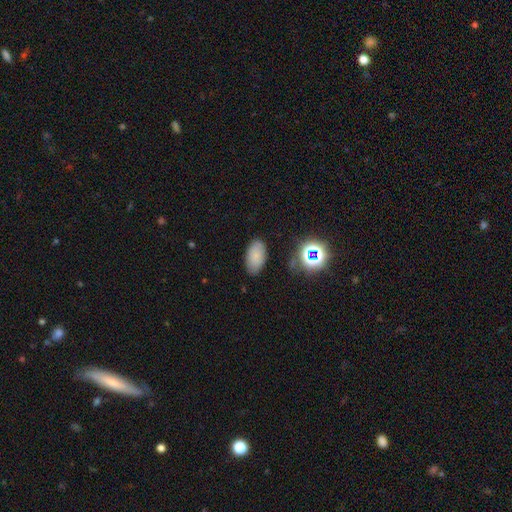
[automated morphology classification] Q: Smooth or featured?
A: smooth (76%); runner-up: star or artifact (14%)
Q: How rounded?
A: in between (93%); runner-up: round (5%)
Q: Merging?
A: none (82%); runner-up: minor disturbance (13%)